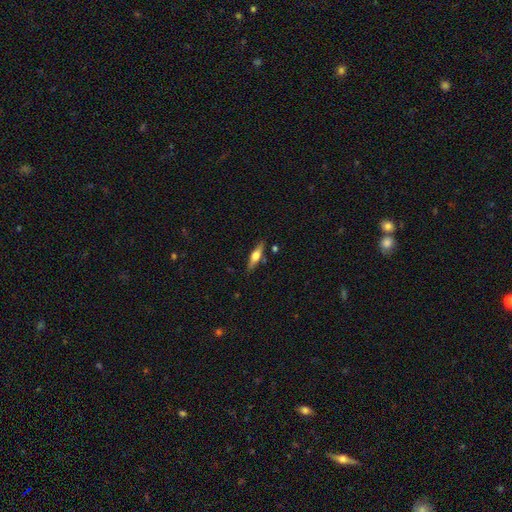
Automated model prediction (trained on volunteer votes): This is possibly a featured or disk galaxy (53%). It is clearly viewed edge-on (93%). Merging: clearly none (82%).